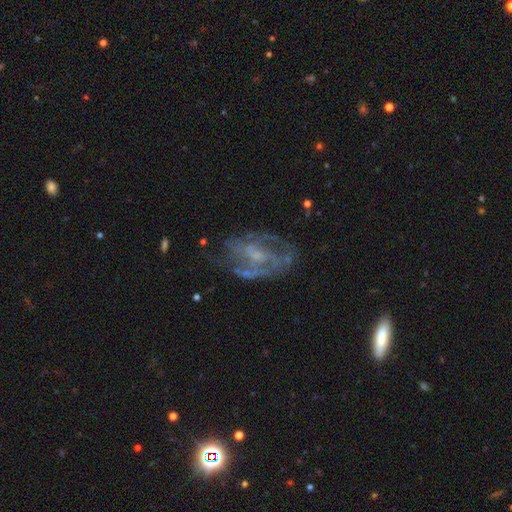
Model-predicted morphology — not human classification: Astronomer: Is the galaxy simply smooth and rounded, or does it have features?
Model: featured or disk — 80%.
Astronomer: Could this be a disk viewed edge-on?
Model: no — 96%.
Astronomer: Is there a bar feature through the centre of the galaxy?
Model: no — 48% (runner-up: weak, 41%).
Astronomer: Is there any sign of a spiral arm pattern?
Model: yes — 77%.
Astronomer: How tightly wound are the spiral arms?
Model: medium — 46% (runner-up: tight, 31%).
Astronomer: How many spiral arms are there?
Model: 2 — 42% (runner-up: can't tell, 32%).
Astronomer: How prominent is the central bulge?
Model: small — 59%.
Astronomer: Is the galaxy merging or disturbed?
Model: none — 56%.